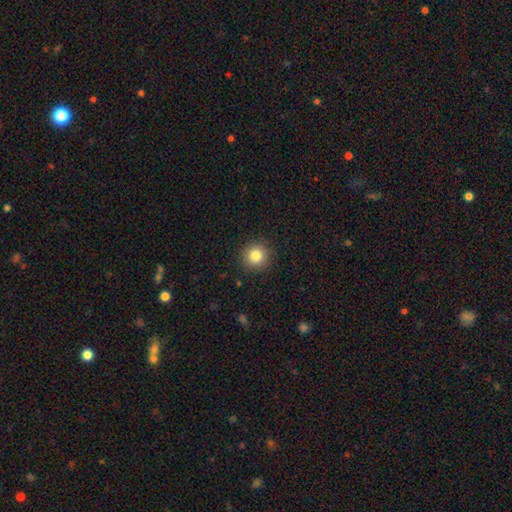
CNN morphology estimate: Overall: smooth (83%). How rounded: round (94%). Merging: none (91%).